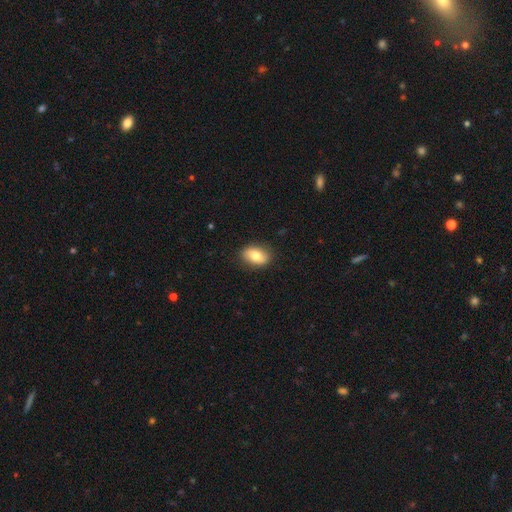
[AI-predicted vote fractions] smooth 74%, featured or disk 19%, star or artifact 7%. Down the decision tree: how rounded — in between (87%); merging — none (86%).